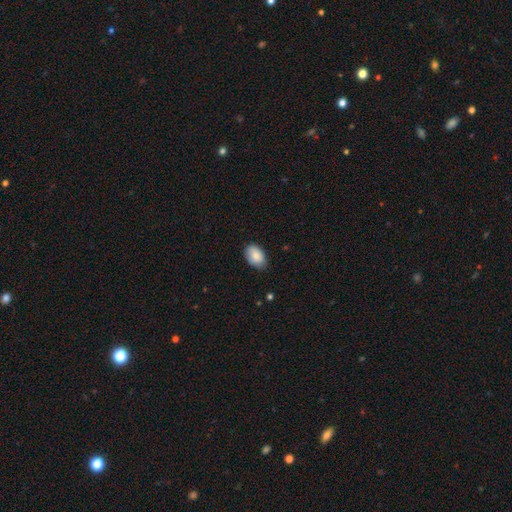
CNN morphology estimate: Q: Smooth or featured?
A: smooth (83%); runner-up: featured or disk (10%)
Q: How rounded?
A: in between (89%); runner-up: round (10%)
Q: Merging?
A: none (77%); runner-up: minor disturbance (19%)